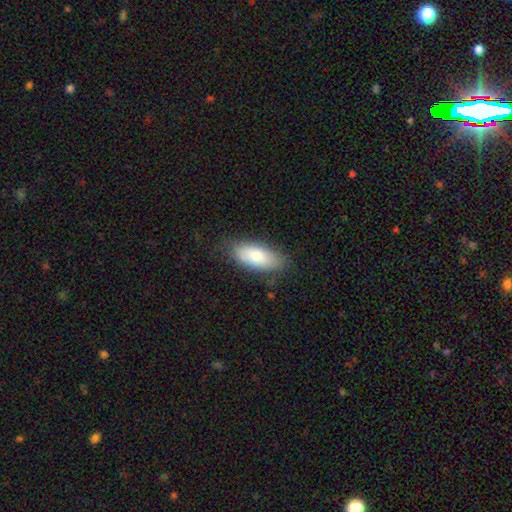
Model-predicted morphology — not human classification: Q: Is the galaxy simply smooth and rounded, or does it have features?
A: smooth — 82%.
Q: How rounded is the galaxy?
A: in between — 84%.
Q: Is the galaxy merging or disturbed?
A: none — 80%.